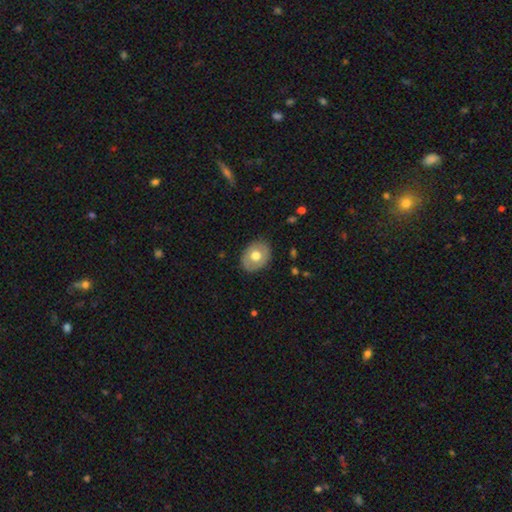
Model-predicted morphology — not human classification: type=smooth (63%); roundness=in between (62%); merging=none (86%).